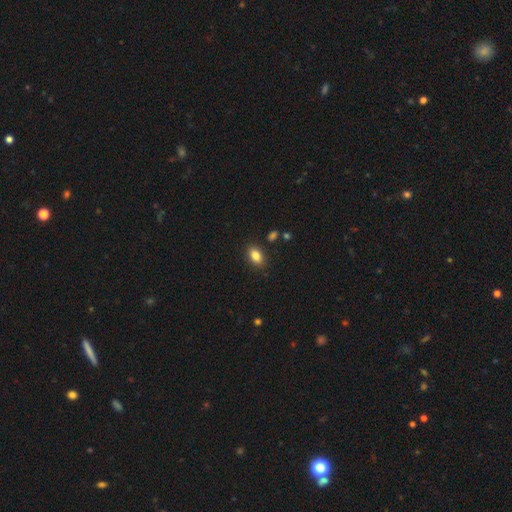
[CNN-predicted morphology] Smooth or featured? Predicted: smooth (p=0.84). How rounded? Predicted: in between (p=0.86). Merging? Predicted: none (p=0.87).